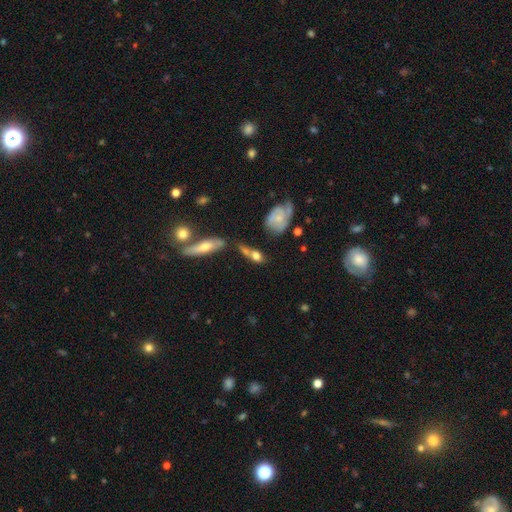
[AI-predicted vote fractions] A smooth galaxy with no disk features (61%) that is in between round and cigar-shaped (63%).

Vote fractions:
- Smooth or featured? smooth: 61% / featured or disk: 29% / star or artifact: 10%
- How rounded? in between: 63% / round: 19% / cigar-shaped: 18%
- Merging? none: 38% / merger: 30% / minor disturbance: 20% / major disturbance: 12%